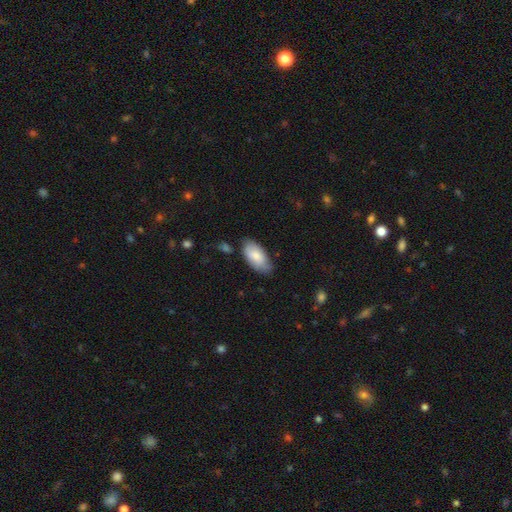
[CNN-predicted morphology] smooth_or_featured: smooth (p=0.80) [alt: featured or disk p=0.14]
how_rounded: in between (p=0.94) [alt: cigar-shaped p=0.04]
merging: none (p=0.69) [alt: minor disturbance p=0.24]